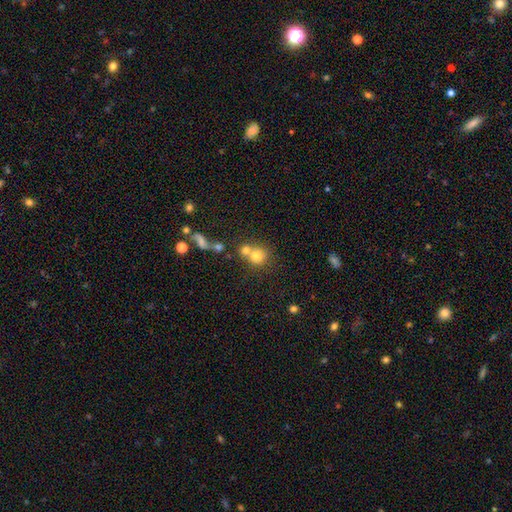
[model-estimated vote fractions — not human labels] This appears to be a smooth galaxy with no disk features (73%) that is round (83%). Merging: merger (44%).